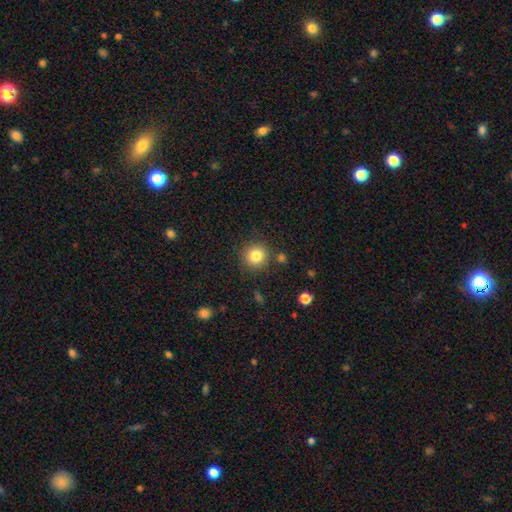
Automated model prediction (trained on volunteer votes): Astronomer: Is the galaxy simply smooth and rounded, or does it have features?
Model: smooth — 83%.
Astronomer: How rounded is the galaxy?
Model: round — 92%.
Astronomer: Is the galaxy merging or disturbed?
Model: none — 85%.